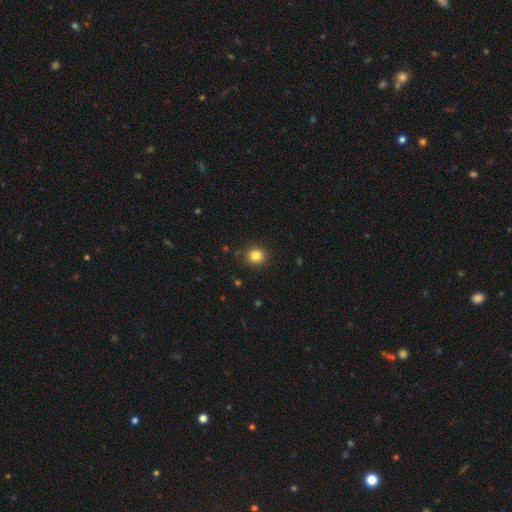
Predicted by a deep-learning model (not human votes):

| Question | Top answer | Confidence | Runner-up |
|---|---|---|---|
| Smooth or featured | smooth | 84% | star or artifact (11%) |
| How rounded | round | 85% | in between (14%) |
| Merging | none | 89% | minor disturbance (7%) |